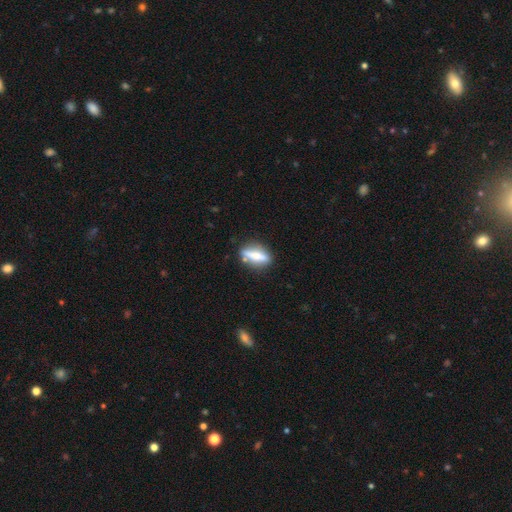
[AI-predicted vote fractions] Smooth or featured? Predicted: featured or disk (p=0.49). Merging? Predicted: none (p=0.80).